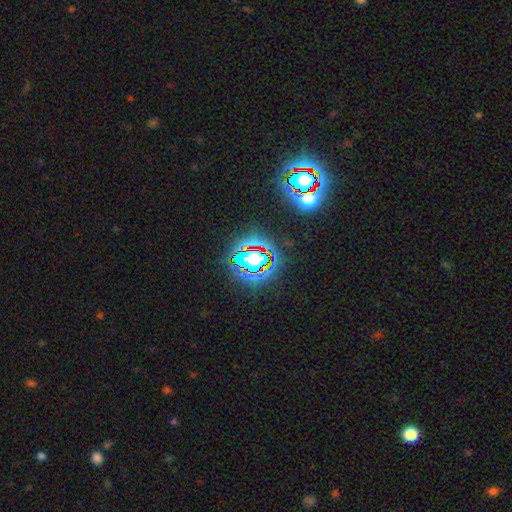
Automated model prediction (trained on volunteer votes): Q: Smooth or featured?
A: star or artifact (77%); runner-up: smooth (14%)